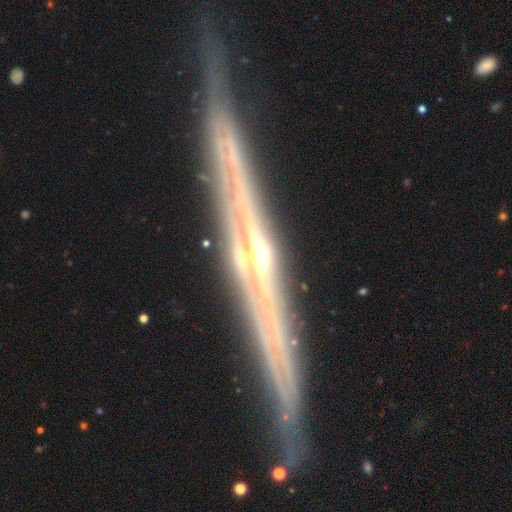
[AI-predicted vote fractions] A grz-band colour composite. It shows a featured or disk galaxy (87%) viewed edge-on (95%) with a rounded central bulge (60%). Merging: none (85%).